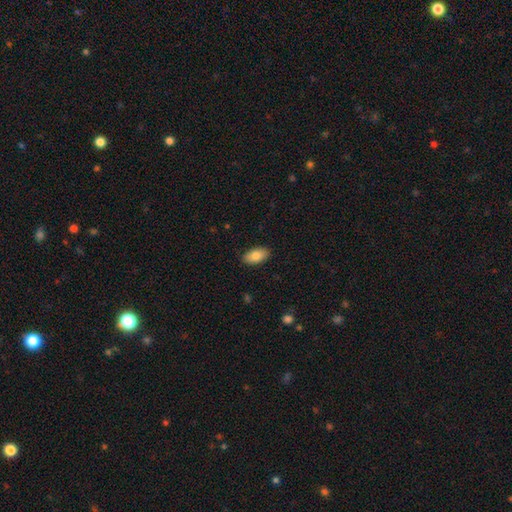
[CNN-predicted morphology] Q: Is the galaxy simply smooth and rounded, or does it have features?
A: smooth — 84%.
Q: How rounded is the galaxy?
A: in between — 94%.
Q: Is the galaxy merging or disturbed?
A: none — 89%.